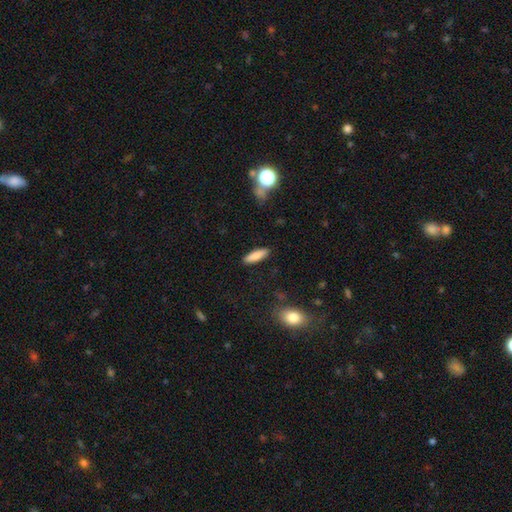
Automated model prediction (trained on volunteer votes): A smooth galaxy with no disk features (84%) that is cigar-shaped (53%). Merging: none (88%).